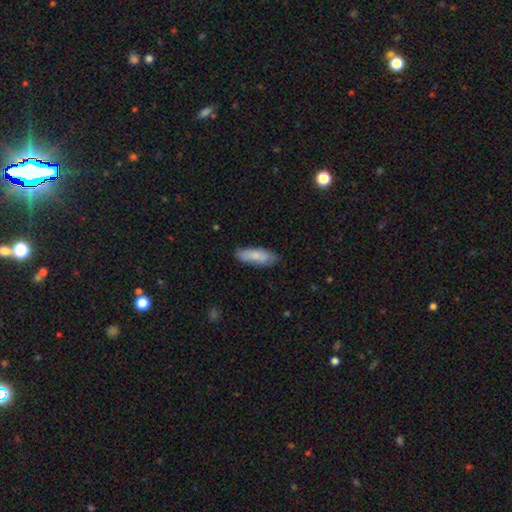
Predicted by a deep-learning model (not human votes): Smooth or featured? smooth (83%)
How rounded? in between (58%)
Merging? none (76%)